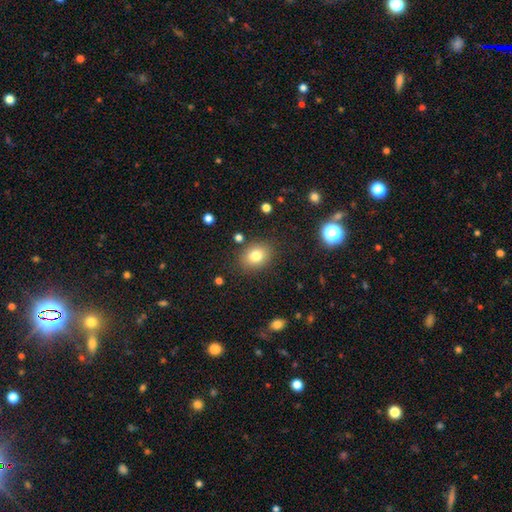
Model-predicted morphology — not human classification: type=smooth (80%); roundness=in between (57%); merging=none (84%).